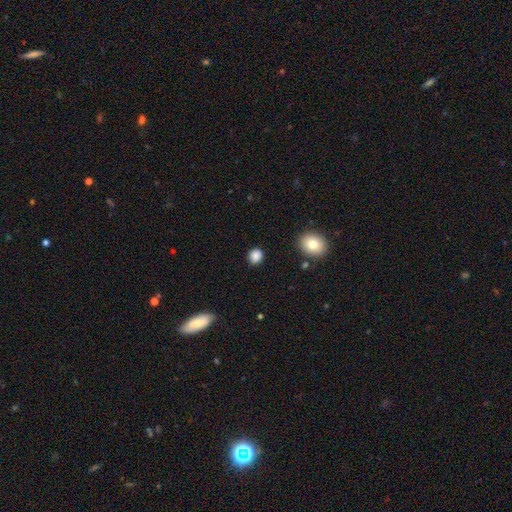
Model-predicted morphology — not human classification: This is clearly a smooth galaxy (86%). How rounded: likely round (77%). Merging: clearly none (87%).